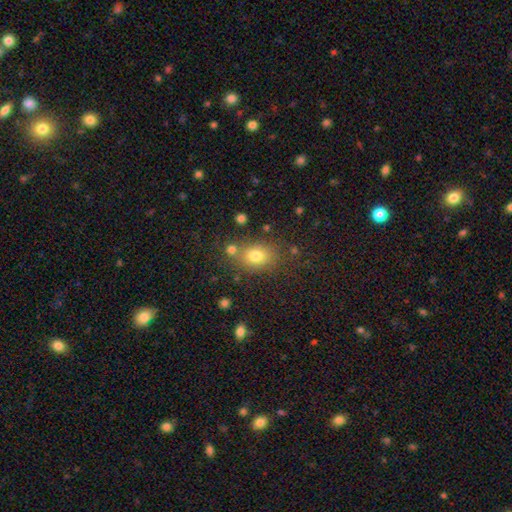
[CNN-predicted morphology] The model was most divided on "how rounded": in between: 59%, round: 40%, cigar-shaped: 1%. More confident: smooth or featured — smooth (77%); merging — none (72%).